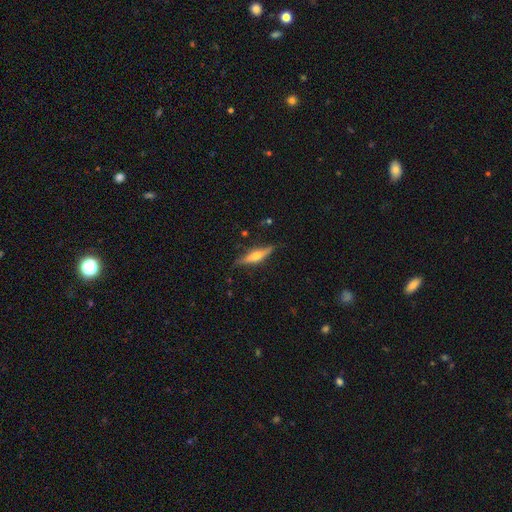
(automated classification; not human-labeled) Overall: featured or disk (57%; smooth 37%). Edge-on disk: yes (94%). Edge-on bulge: rounded (85%). Merging: none (81%).